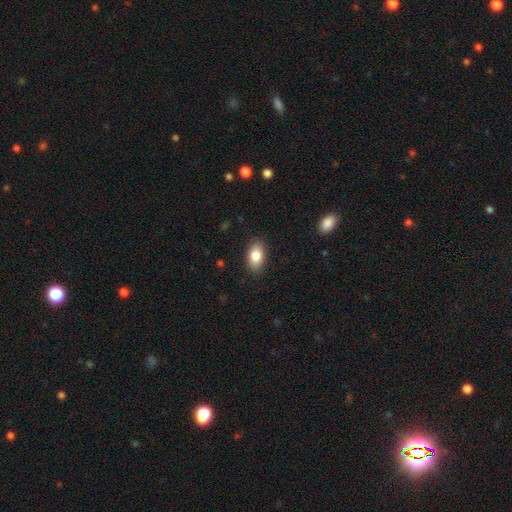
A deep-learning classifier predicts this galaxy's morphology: Smooth or featured?
  - smooth: 85% *
  - featured or disk: 8%
  - star or artifact: 7%
How rounded?
  - in between: 92% *
  - round: 6%
  - cigar-shaped: 3%
Merging?
  - none: 87% *
  - minor disturbance: 10%
  - major disturbance: 3%
  - merger: 1%